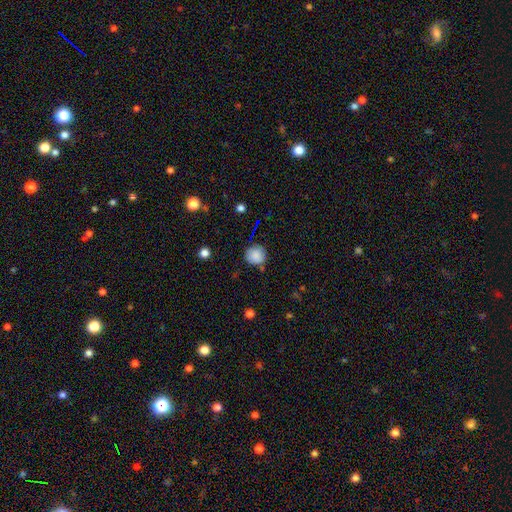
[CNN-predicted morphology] Smooth or featured? smooth (85%)
How rounded? round (92%)
Merging? none (79%)